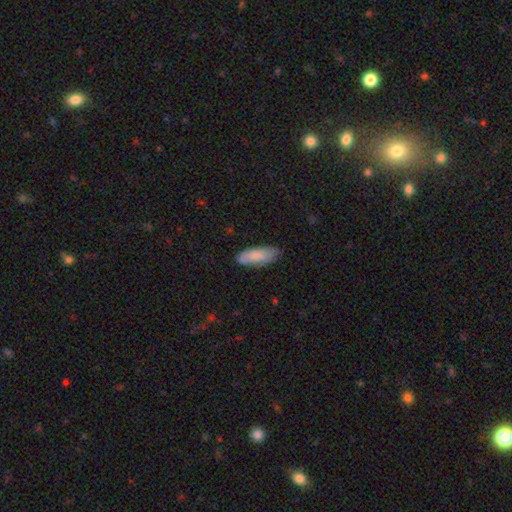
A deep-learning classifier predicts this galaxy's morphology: Smooth or featured? Predicted: smooth (p=0.79). How rounded? Predicted: in between (p=0.74). Merging? Predicted: none (p=0.74).